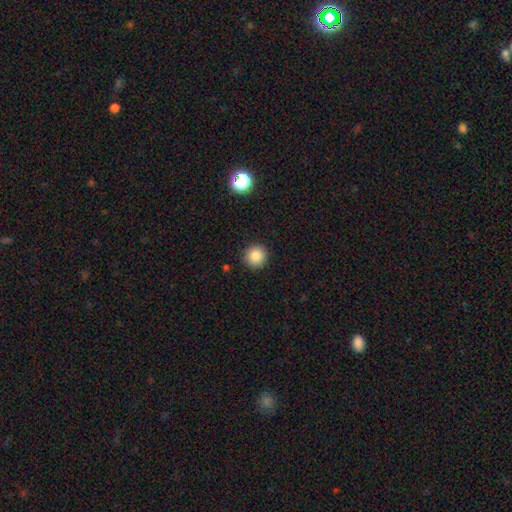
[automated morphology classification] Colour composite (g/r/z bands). It shows a smooth galaxy with no disk features (86%) that is round (95%). Merging: none (91%).